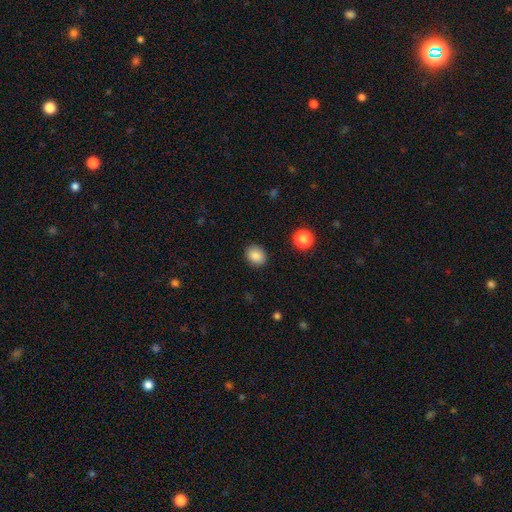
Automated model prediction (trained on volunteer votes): smooth 86%, star or artifact 10%, featured or disk 4%. Down the decision tree: how rounded — round (51%); merging — none (88%).